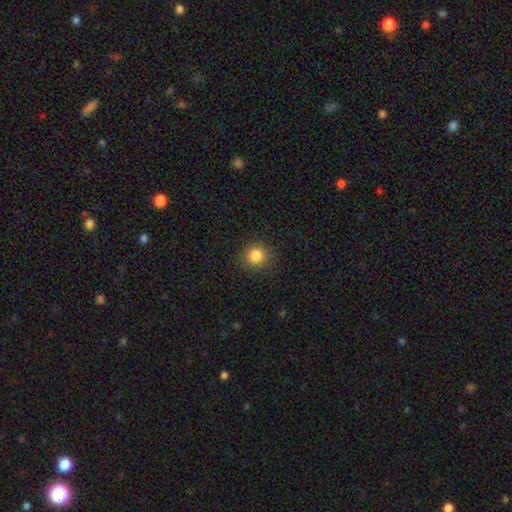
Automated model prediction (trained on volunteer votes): A smooth galaxy with no disk features (84%) that is round (90%). Merging: none (88%).